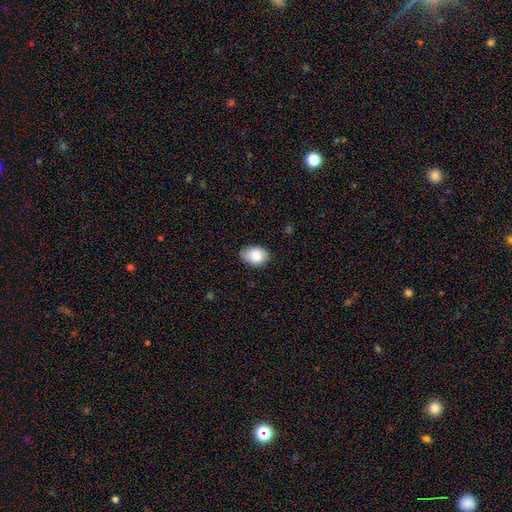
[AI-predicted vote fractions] Smooth or featured? Predicted: smooth (p=0.86). How rounded? Predicted: in between (p=0.79). Merging? Predicted: none (p=0.76).